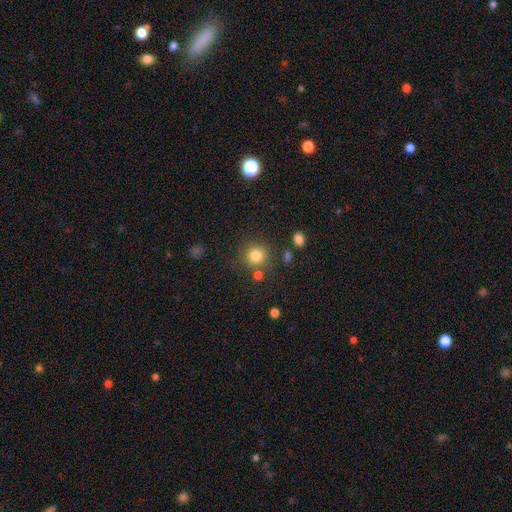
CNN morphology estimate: smooth_or_featured: smooth (p=0.82) [alt: star or artifact p=0.12]
how_rounded: round (p=0.91) [alt: in between p=0.08]
merging: none (p=0.78) [alt: minor disturbance p=0.09]